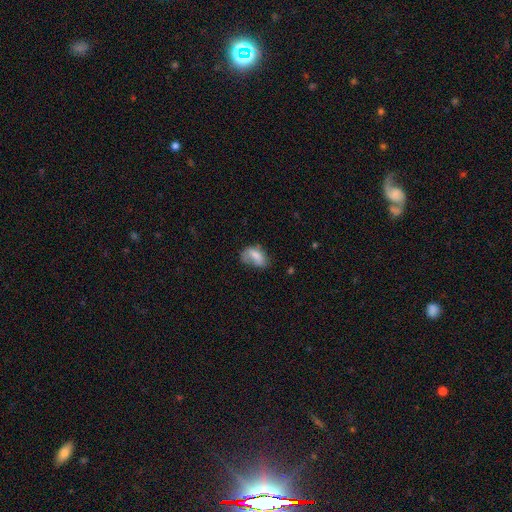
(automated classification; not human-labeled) This appears to be a smooth galaxy with no disk features (72%) that is in between round and cigar-shaped (88%). Merging: none (38%).